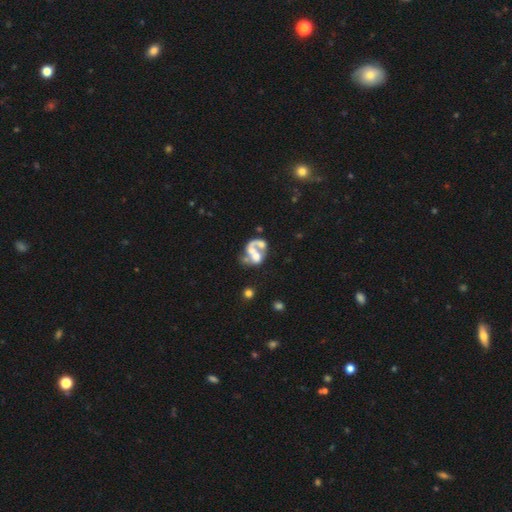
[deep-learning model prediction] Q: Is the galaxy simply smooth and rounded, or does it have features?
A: featured or disk — 64%.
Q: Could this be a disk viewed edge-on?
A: no — 98%.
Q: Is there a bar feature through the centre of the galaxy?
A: no — 81%.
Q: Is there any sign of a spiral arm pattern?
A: no — 58%.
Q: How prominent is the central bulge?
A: moderate — 37%.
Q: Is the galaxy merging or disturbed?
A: merger — 53%.